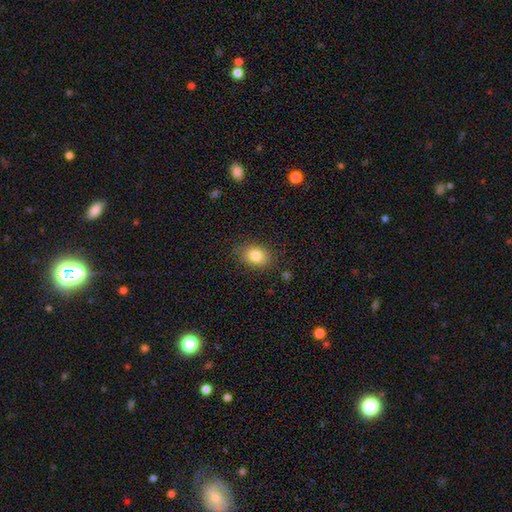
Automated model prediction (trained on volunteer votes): Smooth or featured? Predicted: smooth (p=0.84). How rounded? Predicted: in between (p=0.65). Merging? Predicted: none (p=0.83).